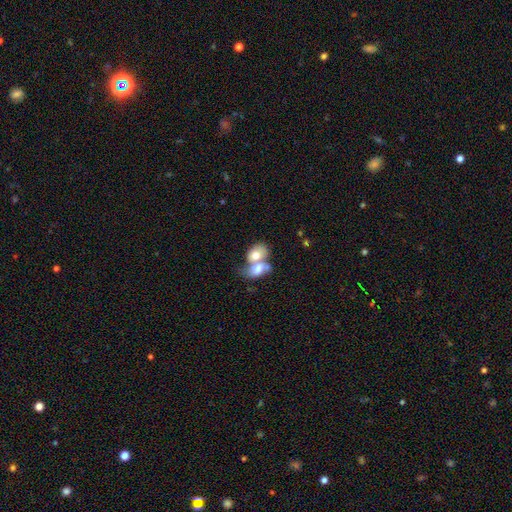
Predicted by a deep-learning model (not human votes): This is likely a smooth galaxy (66%). How rounded: likely in between (71%). Merging: likely merger (77%).